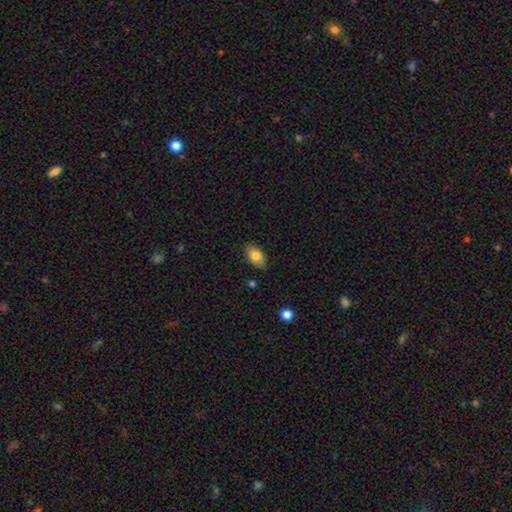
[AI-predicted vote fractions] Overall: smooth (80%). How rounded: in between (90%). Merging: none (85%).